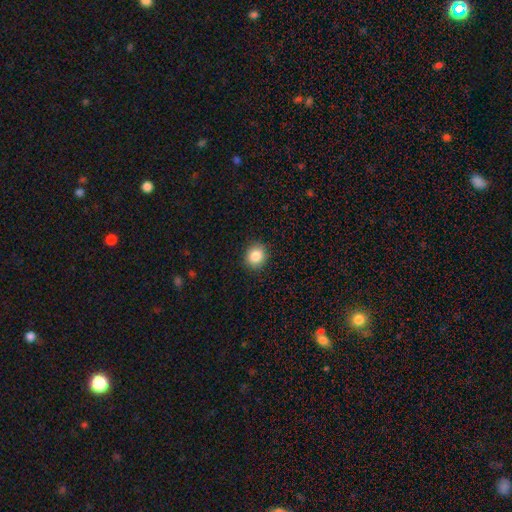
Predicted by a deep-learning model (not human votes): smooth_or_featured: smooth (p=0.86) [alt: star or artifact p=0.09]
how_rounded: round (p=0.79) [alt: in between p=0.20]
merging: none (p=0.89) [alt: minor disturbance p=0.08]